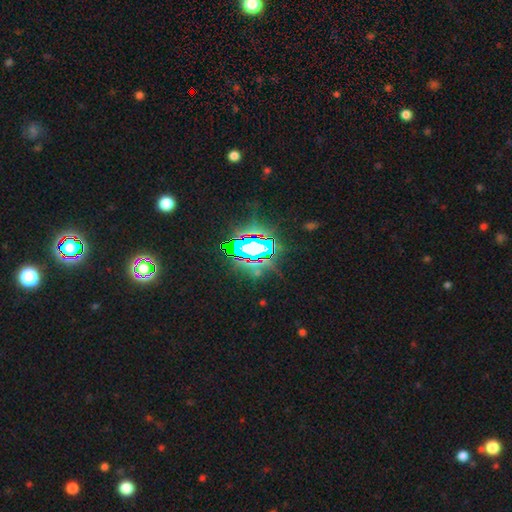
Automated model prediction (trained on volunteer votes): star or artifact 81%, smooth 11%, featured or disk 8%.